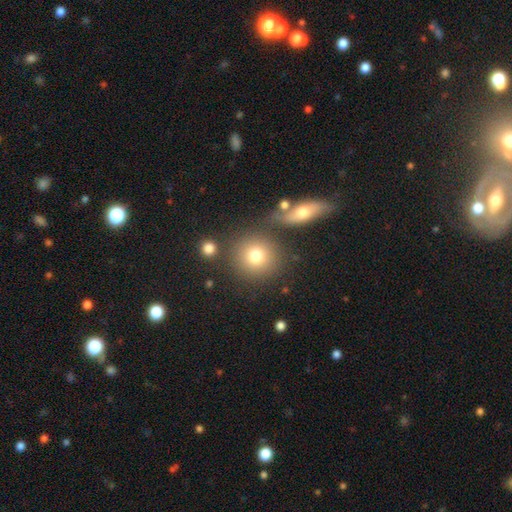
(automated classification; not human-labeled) smooth 78%, featured or disk 11%, star or artifact 11%. Down the decision tree: how rounded — round (90%); merging — none (75%).